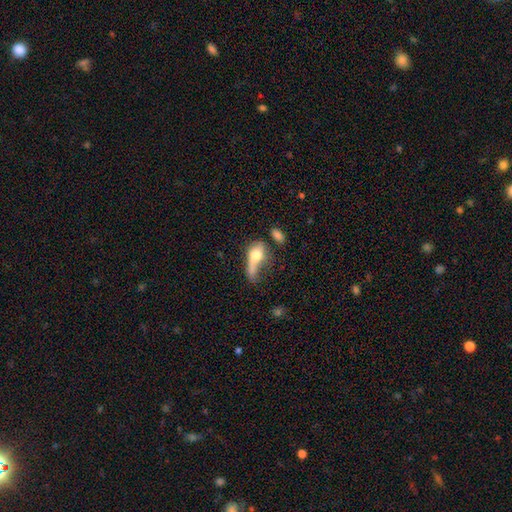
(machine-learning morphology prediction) Smooth or featured: smooth — 62% (featured or disk — 29%)
How rounded: in between — 65% (cigar-shaped — 19%)
Merging: major disturbance — 42% (merger — 23%)